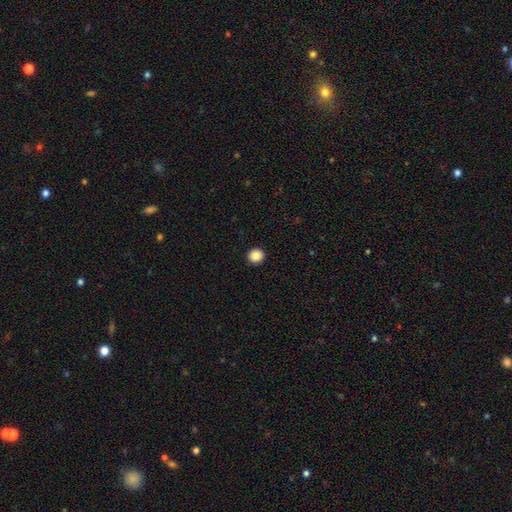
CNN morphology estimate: This is clearly a smooth galaxy (88%). How rounded: clearly round (89%). Merging: clearly none (93%).